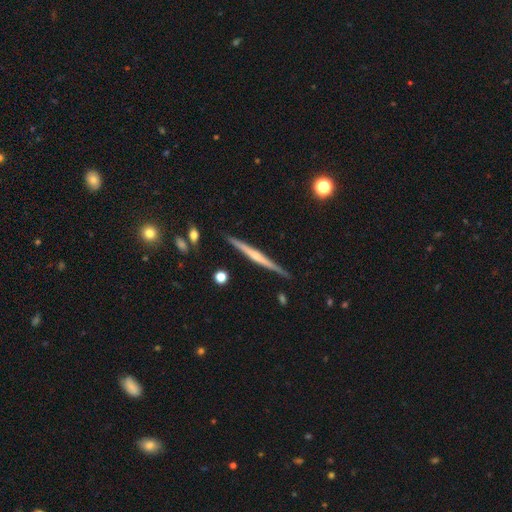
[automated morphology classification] smooth-or-featured: featured or disk: 71% | smooth: 23% | star or artifact: 6%
  disk-edge-on: yes: 98% | no: 2%
    edge-on-bulge: rounded: 52% | none: 37% | boxy: 11%
  merging: none: 89% | minor disturbance: 8% | merger: 2% | major disturbance: 1%